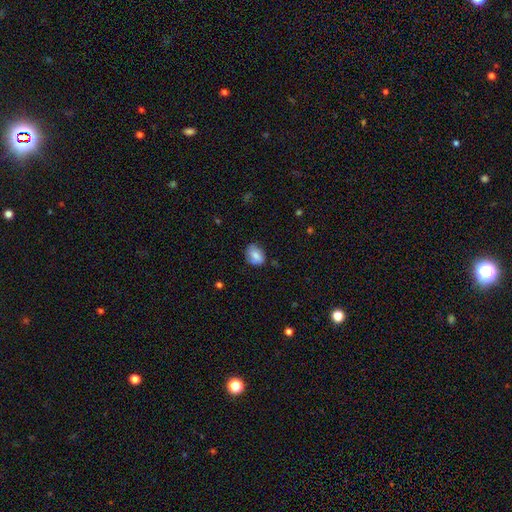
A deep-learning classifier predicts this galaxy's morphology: This is likely a smooth galaxy (75%). How rounded: possibly in between (58%). Merging: likely none (68%).